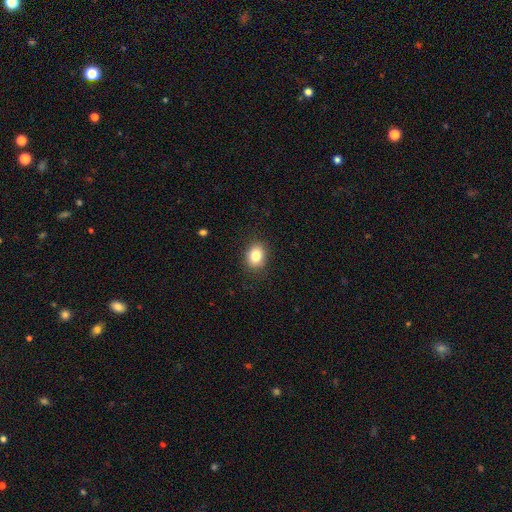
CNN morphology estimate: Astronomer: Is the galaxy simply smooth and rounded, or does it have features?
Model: smooth — 84%.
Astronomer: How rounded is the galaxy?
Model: in between — 57% (runner-up: round, 42%).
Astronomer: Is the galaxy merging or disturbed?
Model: none — 87%.